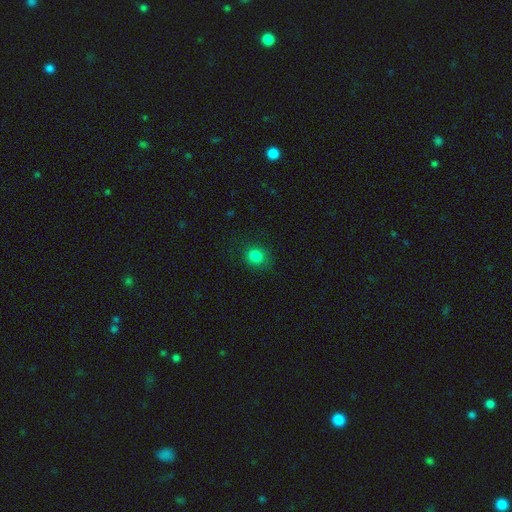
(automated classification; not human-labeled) smooth_or_featured: smooth (p=0.82) [alt: star or artifact p=0.13]
how_rounded: round (p=0.81) [alt: in between p=0.18]
merging: none (p=0.86) [alt: minor disturbance p=0.10]